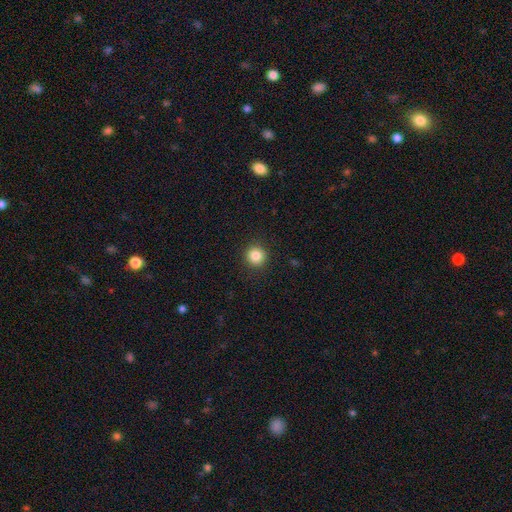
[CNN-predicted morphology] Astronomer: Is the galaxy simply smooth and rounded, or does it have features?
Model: smooth — 85%.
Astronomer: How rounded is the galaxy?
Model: round — 94%.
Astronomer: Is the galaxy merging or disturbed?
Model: none — 92%.